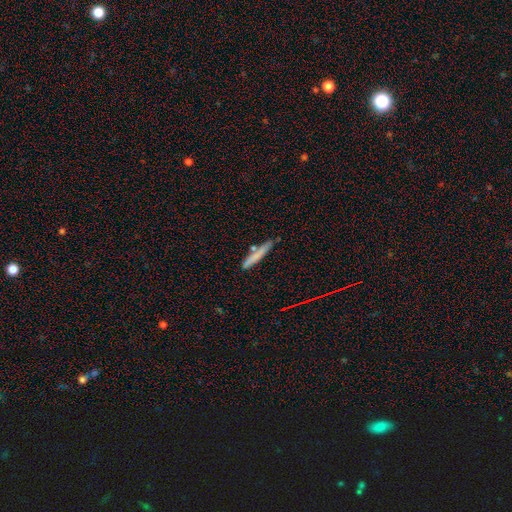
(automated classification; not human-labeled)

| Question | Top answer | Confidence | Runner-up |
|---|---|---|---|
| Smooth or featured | smooth | 73% | featured or disk (19%) |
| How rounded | cigar-shaped | 93% | in between (6%) |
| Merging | none | 75% | minor disturbance (15%) |